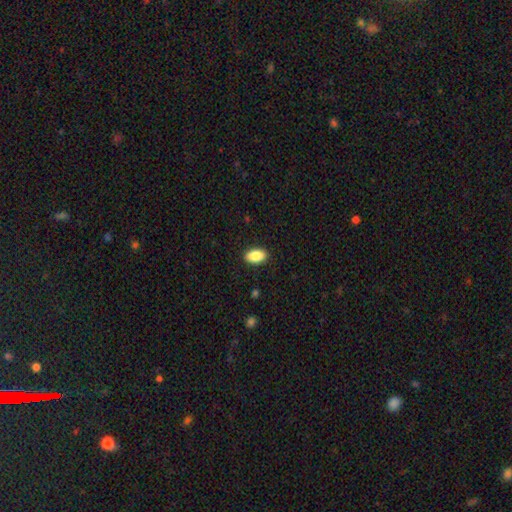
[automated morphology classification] This is clearly a smooth galaxy (88%). How rounded: clearly in between (93%). Merging: clearly none (90%).